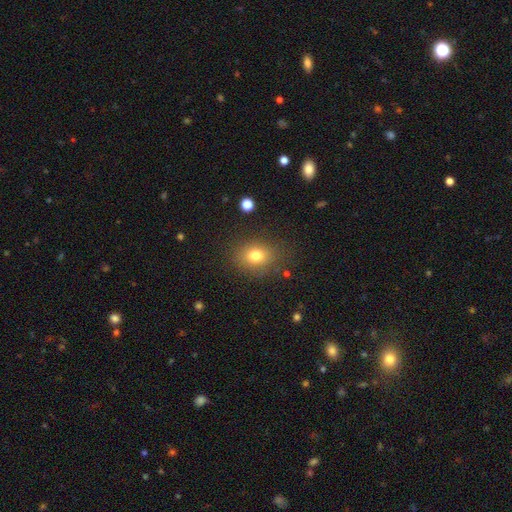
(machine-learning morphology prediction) Smooth or featured? smooth (78%)
How rounded? round (54%)
Merging? none (80%)